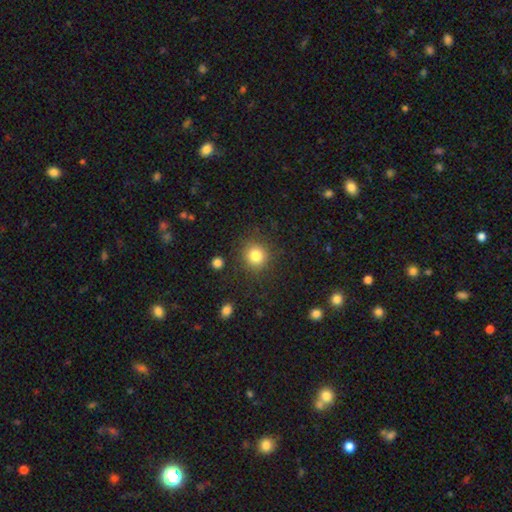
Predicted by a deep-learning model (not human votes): smooth 83%, star or artifact 11%, featured or disk 6%. Down the decision tree: how rounded — round (90%); merging — none (87%).